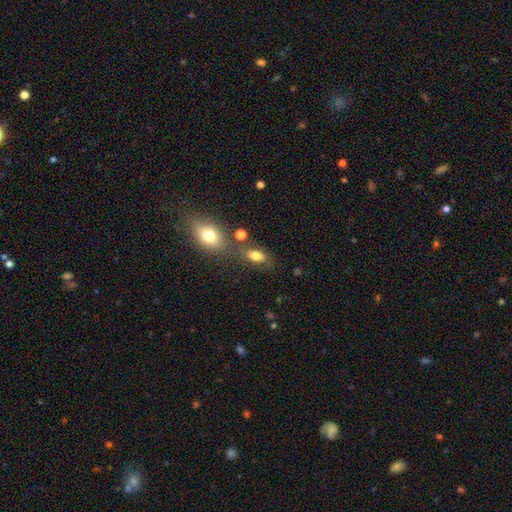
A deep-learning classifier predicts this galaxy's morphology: Overall: smooth (77%). How rounded: in between (84%). Merging: none (64%).